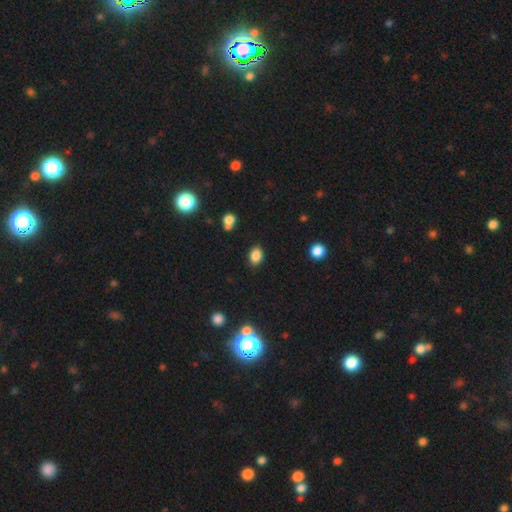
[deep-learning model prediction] smooth_or_featured: smooth (p=0.85) [alt: star or artifact p=0.10]
how_rounded: in between (p=0.73) [alt: round p=0.26]
merging: none (p=0.84) [alt: minor disturbance p=0.11]